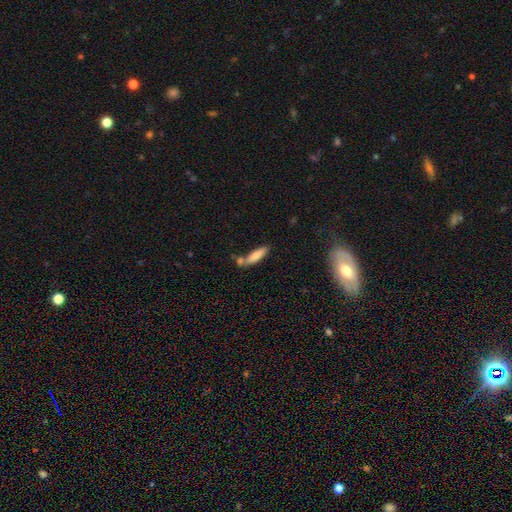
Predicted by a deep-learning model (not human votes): The model was most divided on "merging": none: 56%, merger: 25%, minor disturbance: 15%, major disturbance: 4%. More confident: smooth or featured — smooth (80%); how rounded — cigar-shaped (69%).